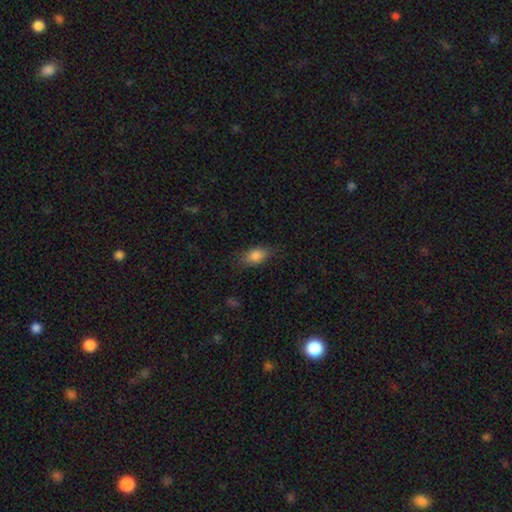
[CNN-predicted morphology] type=smooth (84%); roundness=in between (88%); merging=none (80%).